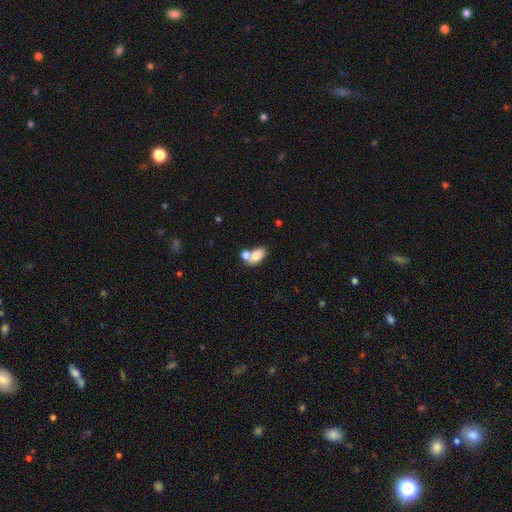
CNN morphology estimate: A smooth galaxy with no disk features (76%) that is in between round and cigar-shaped (88%).

Vote fractions:
- Smooth or featured? smooth: 76% / featured or disk: 15% / star or artifact: 8%
- How rounded? in between: 88% / round: 11% / cigar-shaped: 2%
- Merging? merger: 51% / none: 32% / minor disturbance: 11% / major disturbance: 5%